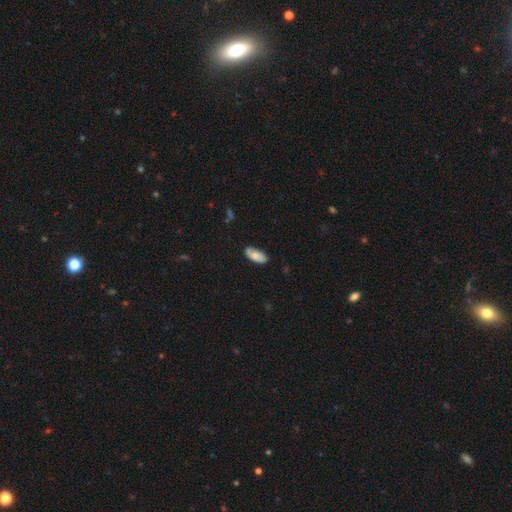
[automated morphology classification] This appears to be a smooth galaxy with no disk features (79%) that is in between round and cigar-shaped (89%). Merging: none (77%).